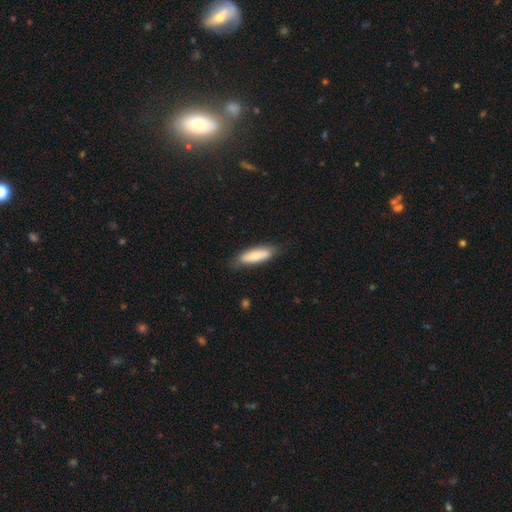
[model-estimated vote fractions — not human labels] Morphology: type=smooth (74%); roundness=cigar-shaped (56%); merging=none (76%).